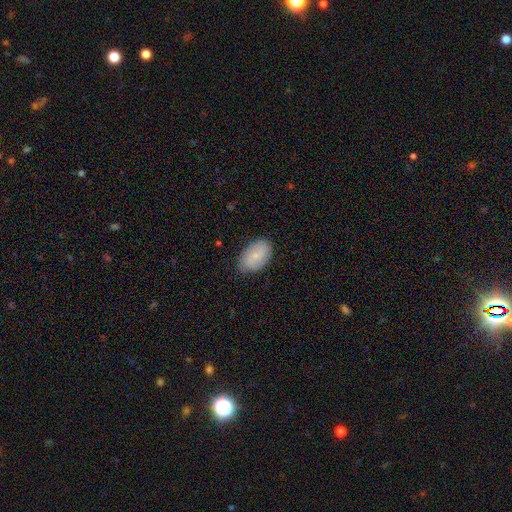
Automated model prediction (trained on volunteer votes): smooth 69%, featured or disk 24%, star or artifact 7%. Down the decision tree: how rounded — in between (92%); merging — none (81%).